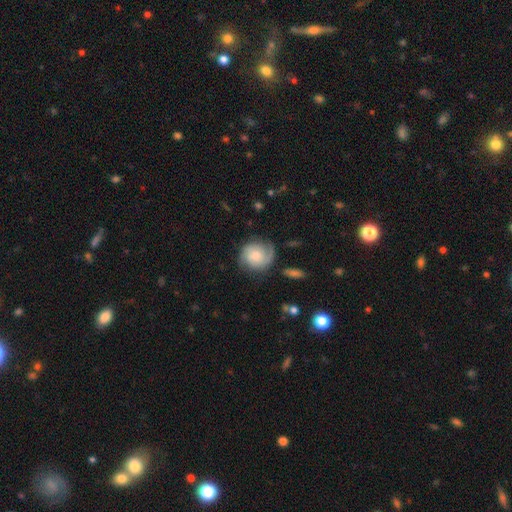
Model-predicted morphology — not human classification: Smooth or featured?
  - featured or disk: 58% *
  - smooth: 35%
  - star or artifact: 7%
Edge-on disk?
  - no: 97% *
  - yes: 3%
Bar?
  - no: 71% *
  - weak: 26%
  - strong: 4%
Spiral arms?
  - yes: 91% *
  - no: 9%
Spiral winding?
  - tight: 46% *
  - medium: 37%
  - loose: 17%
Spiral arm count?
  - 2: 62% *
  - can't tell: 17%
  - 1: 12%
  - 3: 6%
  - 4: 2%
  - more than 4: 2%
Bulge size?
  - moderate: 47% *
  - small: 34%
  - large: 11%
  - none: 6%
  - dominant: 2%
Merging?
  - none: 69% *
  - minor disturbance: 20%
  - major disturbance: 8%
  - merger: 2%